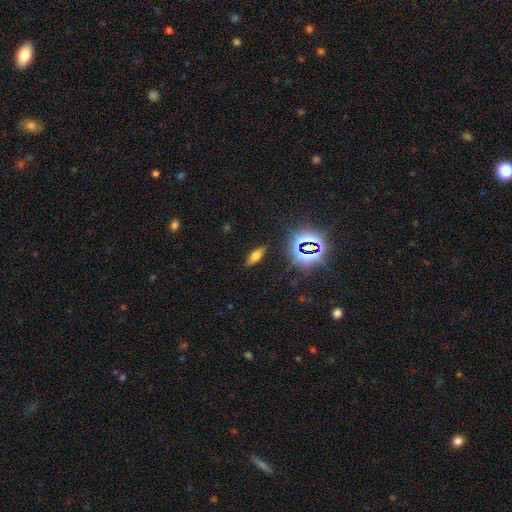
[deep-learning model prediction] Morphology: type=smooth (58%); roundness=in between (68%); merging=none (87%).